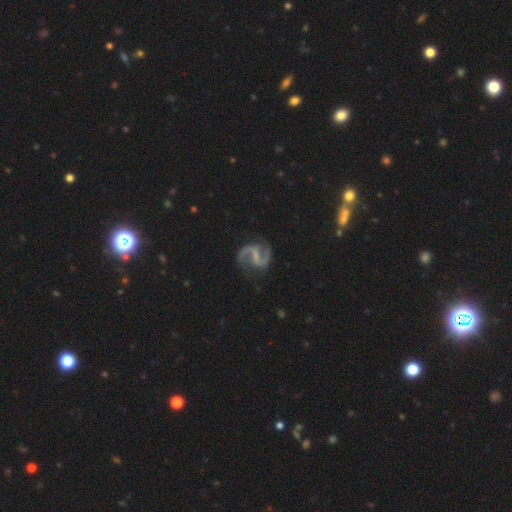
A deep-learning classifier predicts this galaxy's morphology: smooth-or-featured: featured or disk: 92% | star or artifact: 4% | smooth: 4%
  disk-edge-on: no: 98% | yes: 2%
    bar: weak: 46% | strong: 38% | no: 16%
    has-spiral-arms: yes: 98% | no: 2%
      spiral-winding: medium: 55% | loose: 36% | tight: 10%
      spiral-arm-count: 2: 94% | can't tell: 1% | 1: 1% | 3: 1% | 4: 1% | more than 4: 1%
    bulge-size: none: 45% | small: 38% | moderate: 14% | large: 1% | dominant: 1%
  merging: none: 79% | minor disturbance: 13% | major disturbance: 6% | merger: 2%